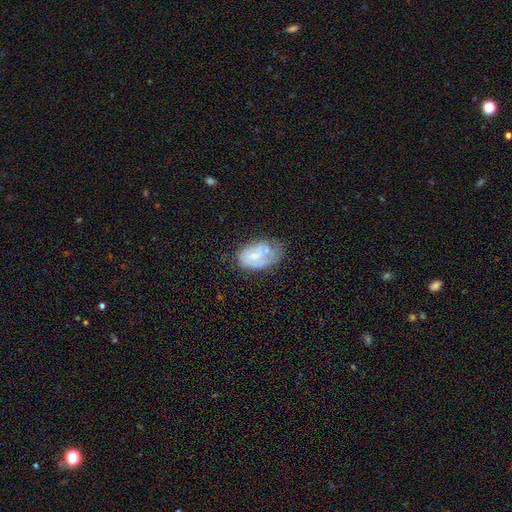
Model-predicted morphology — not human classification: Smooth or featured?
  - smooth: 52% *
  - featured or disk: 40%
  - star or artifact: 8%
How rounded?
  - in between: 89% *
  - round: 10%
  - cigar-shaped: 1%
Merging?
  - none: 42% *
  - minor disturbance: 33%
  - major disturbance: 16%
  - merger: 10%